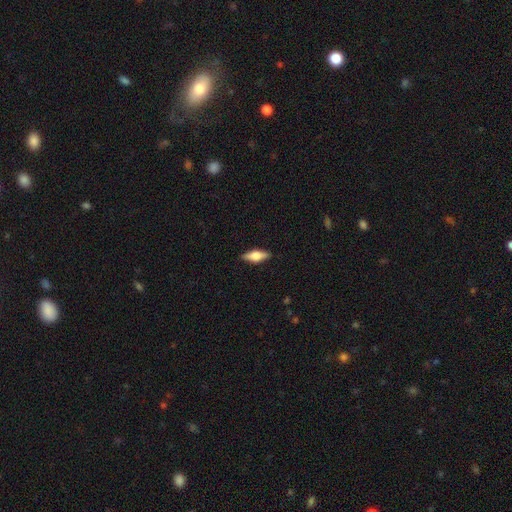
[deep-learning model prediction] smooth-or-featured: smooth: 50% | featured or disk: 43% | star or artifact: 7%
  how-rounded: in between: 62% | cigar-shaped: 35% | round: 3%
  merging: none: 87% | minor disturbance: 10% | major disturbance: 2% | merger: 1%